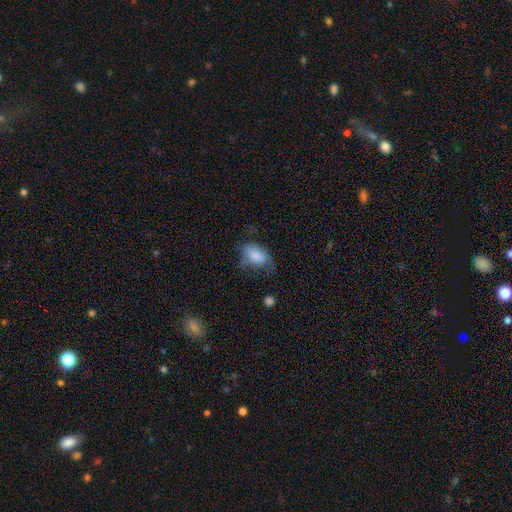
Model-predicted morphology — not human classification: This is likely a smooth galaxy (71%). How rounded: clearly in between (85%). Merging: marginally none (39%).